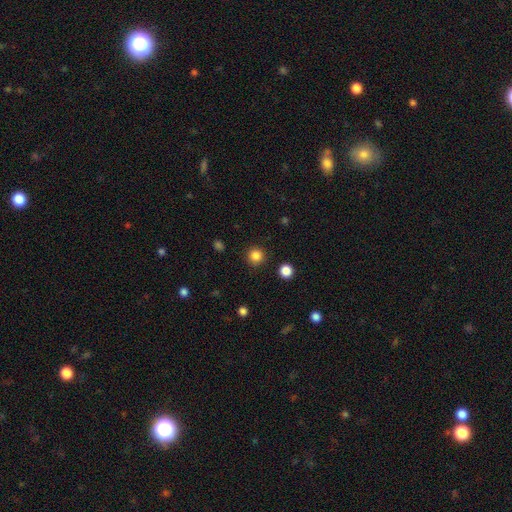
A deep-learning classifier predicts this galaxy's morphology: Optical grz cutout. It shows a smooth galaxy with no disk features (84%) that is round (95%). Merging: none (92%).